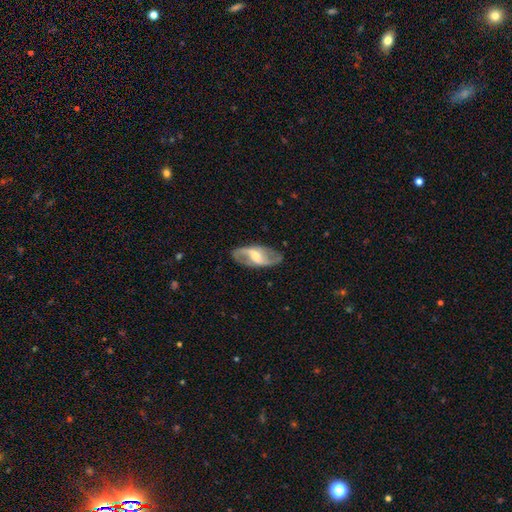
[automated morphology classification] Smooth or featured? featured or disk (81%)
Edge-on disk? no (93%)
Bar? weak (47%)
Spiral arms? yes (91%)
Spiral winding? loose (50%)
Spiral arm count? 2 (90%)
Bulge size? moderate (48%)
Merging? none (82%)